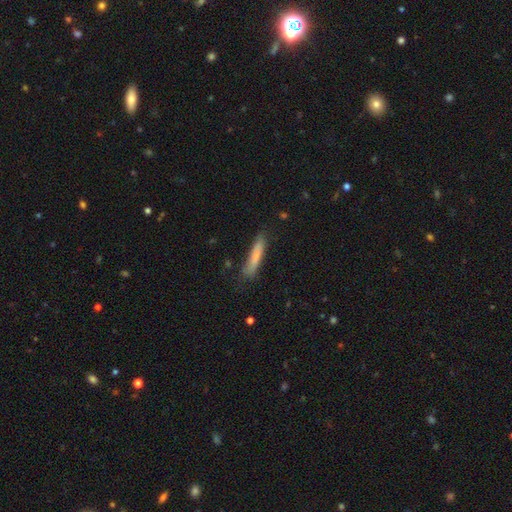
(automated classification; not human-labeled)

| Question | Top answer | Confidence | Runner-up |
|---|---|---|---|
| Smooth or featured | smooth | 78% | featured or disk (16%) |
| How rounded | cigar-shaped | 91% | in between (8%) |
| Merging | none | 76% | minor disturbance (18%) |